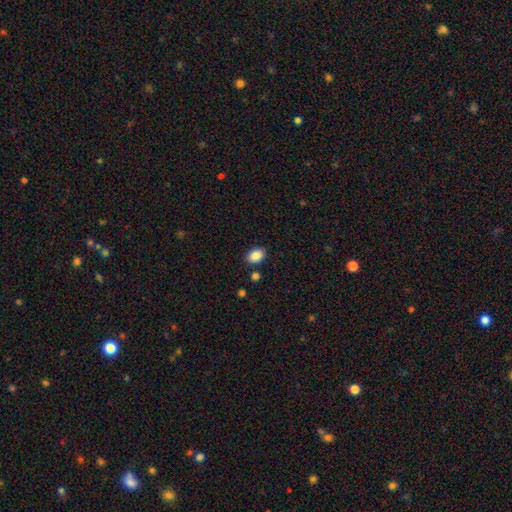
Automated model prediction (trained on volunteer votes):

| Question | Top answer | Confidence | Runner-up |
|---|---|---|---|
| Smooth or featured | smooth | 88% | star or artifact (8%) |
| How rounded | in between | 83% | round (16%) |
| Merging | none | 84% | minor disturbance (10%) |